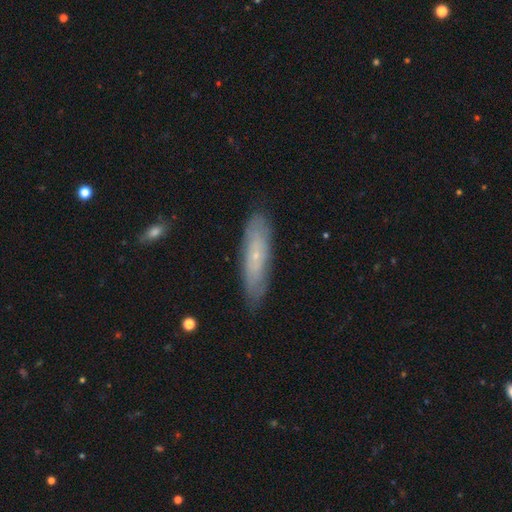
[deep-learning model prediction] Smooth or featured: featured or disk — 46% (tied with smooth — 46%)
Merging: none — 82% (minor disturbance — 14%)